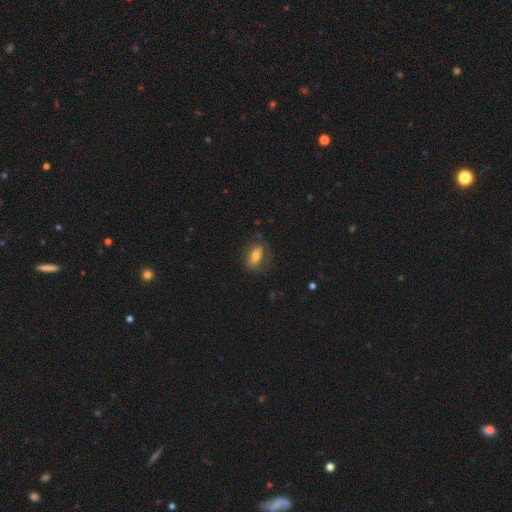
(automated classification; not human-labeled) A smooth galaxy with no disk features (60%) that is in between round and cigar-shaped (77%). Merging: none (68%).